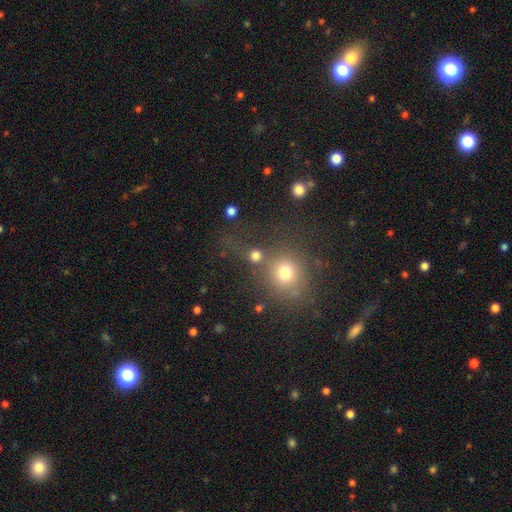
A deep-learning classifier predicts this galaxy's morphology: A smooth galaxy with no disk features (73%) that is round (85%). Merging: none (60%).